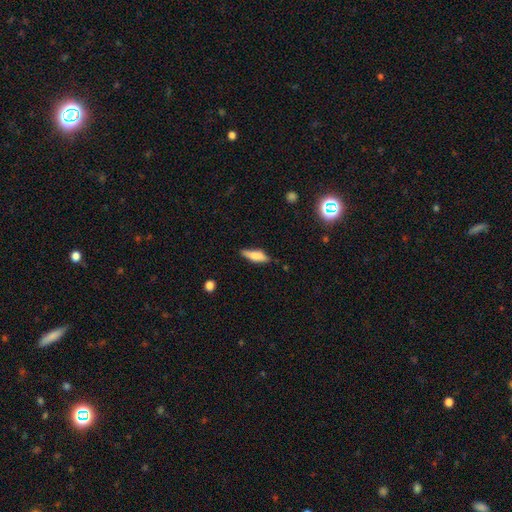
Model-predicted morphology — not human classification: The model was most divided on "how rounded": in between: 51%, cigar-shaped: 47%, round: 2%. More confident: merging — none (76%); smooth or featured — smooth (71%).